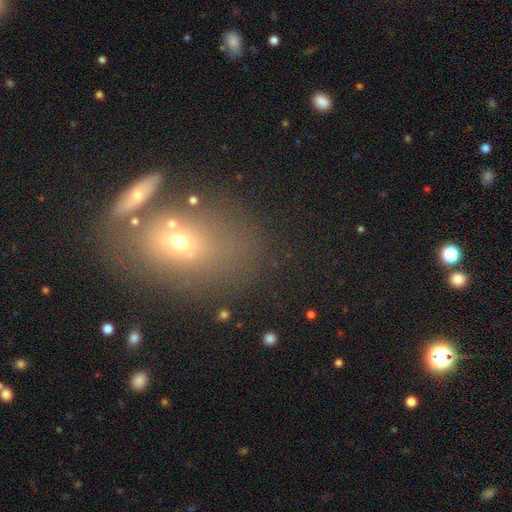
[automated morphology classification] Overall: smooth (55%; star or artifact 24%). How rounded: in between (63%; round 33%). Merging: none (54%; merger 23%).